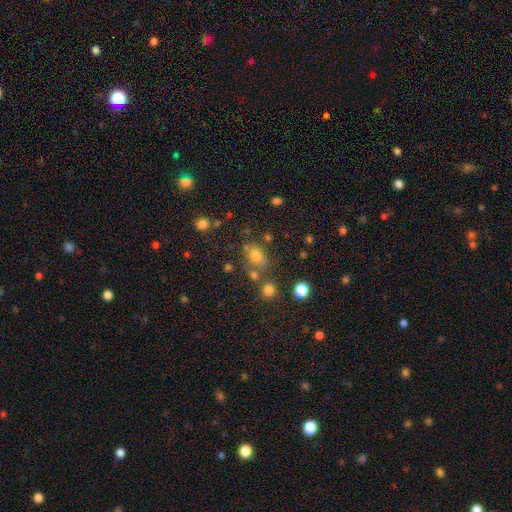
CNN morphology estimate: The model was most divided on "how rounded": round: 59%, in between: 39%, cigar-shaped: 1%. More confident: smooth or featured — smooth (71%); merging — none (60%).